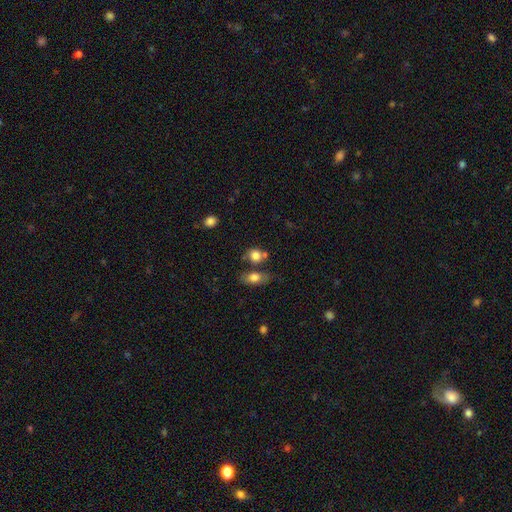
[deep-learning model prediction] A smooth galaxy with no disk features (81%) that is round (60%).

Vote fractions:
- Smooth or featured? smooth: 81% / star or artifact: 10% / featured or disk: 9%
- How rounded? round: 60% / in between: 38% / cigar-shaped: 2%
- Merging? none: 53% / merger: 26% / minor disturbance: 15% / major disturbance: 6%